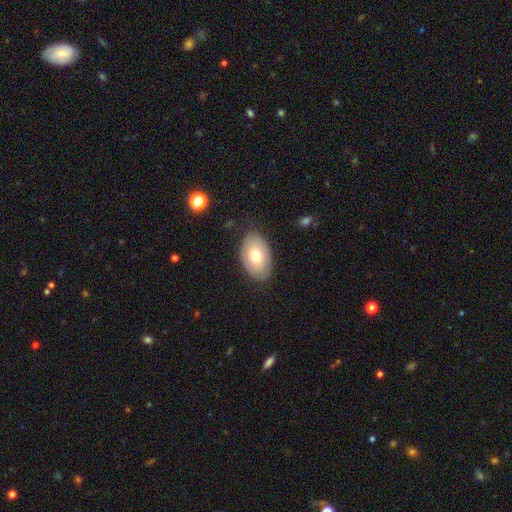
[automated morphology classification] This appears to be a smooth galaxy with no disk features (70%) that is in between round and cigar-shaped (90%). Merging: none (82%).